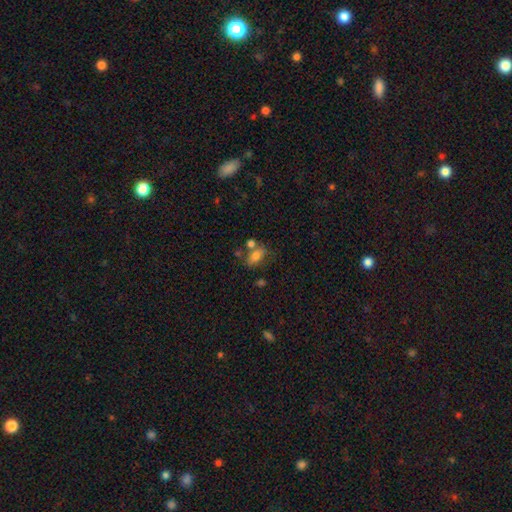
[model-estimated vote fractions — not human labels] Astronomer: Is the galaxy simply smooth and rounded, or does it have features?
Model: smooth — 73%.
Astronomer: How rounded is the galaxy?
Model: in between — 85%.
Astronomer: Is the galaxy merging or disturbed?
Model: none — 54%.